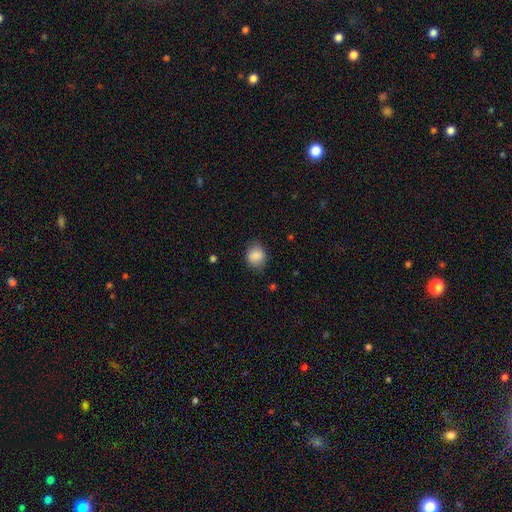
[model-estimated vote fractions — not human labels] Smooth or featured: smooth — 86% (star or artifact — 8%)
How rounded: round — 63% (in between — 36%)
Merging: none — 80% (minor disturbance — 15%)